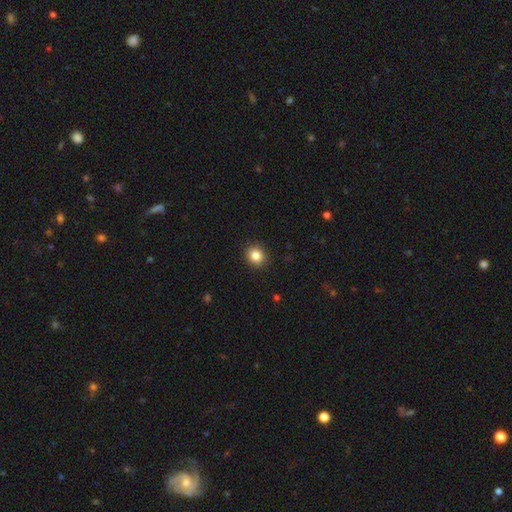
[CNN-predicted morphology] A smooth galaxy with no disk features (84%) that is round (83%). Merging: none (92%).